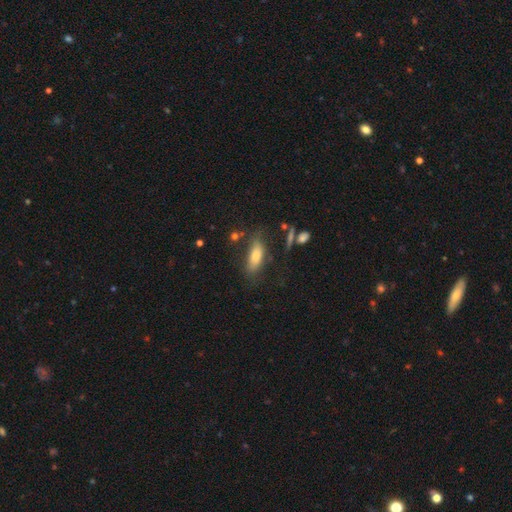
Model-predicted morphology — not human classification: Q: Smooth or featured?
A: smooth (71%); runner-up: featured or disk (19%)
Q: How rounded?
A: in between (67%); runner-up: cigar-shaped (30%)
Q: Merging?
A: none (66%); runner-up: minor disturbance (19%)